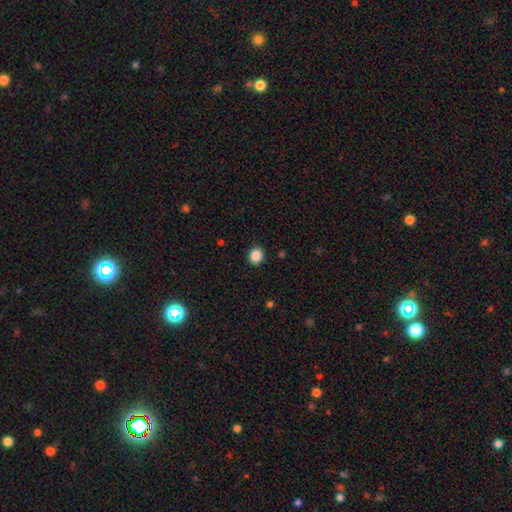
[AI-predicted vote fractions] This is clearly a smooth galaxy (87%). How rounded: clearly round (89%). Merging: clearly none (92%).